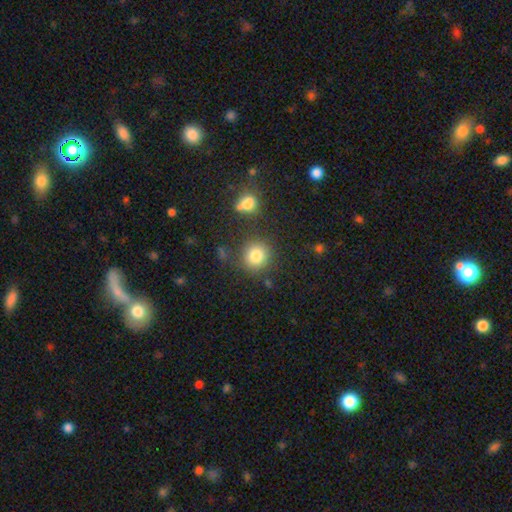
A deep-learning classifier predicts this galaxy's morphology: This appears to be a smooth galaxy with no disk features (83%) that is round (89%). Merging: none (81%).